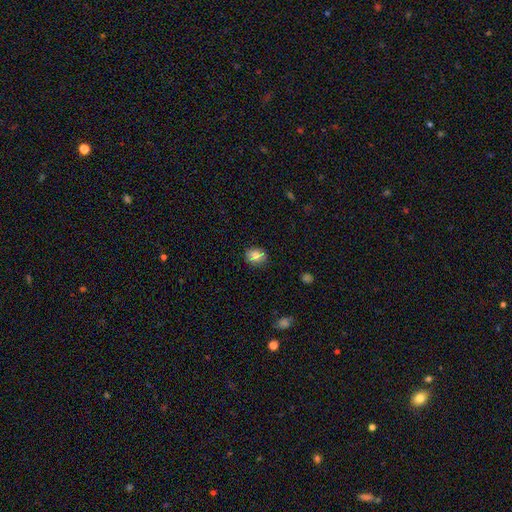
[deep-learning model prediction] Overall: smooth (78%). How rounded: round (59%; in between 40%). Merging: none (80%).